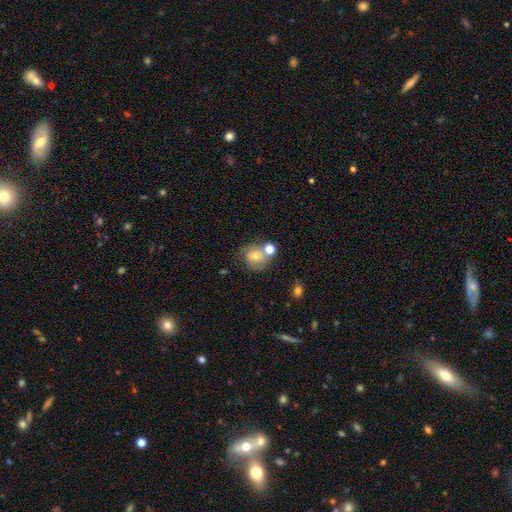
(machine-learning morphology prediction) smooth_or_featured: smooth (p=0.55) [alt: featured or disk p=0.34]
how_rounded: round (p=0.73) [alt: in between p=0.26]
merging: none (p=0.45) [alt: merger p=0.28]